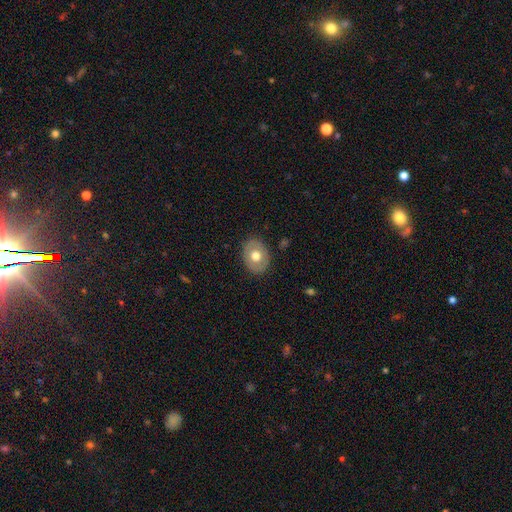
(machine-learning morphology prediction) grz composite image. It shows a smooth galaxy with no disk features (60%) that is in between round and cigar-shaped (61%). Merging: none (86%).